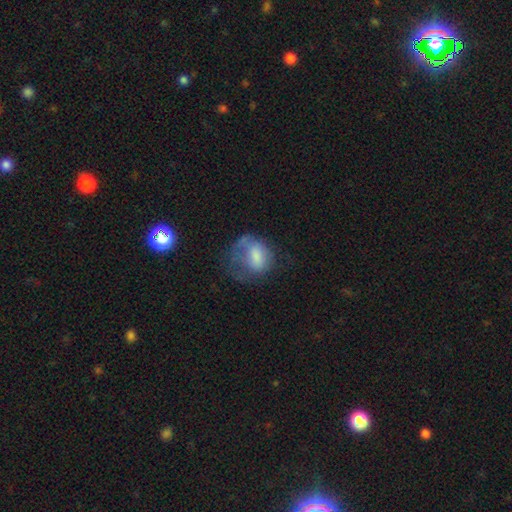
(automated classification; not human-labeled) Smooth or featured? smooth (60%)
How rounded? in between (54%)
Merging? major disturbance (41%)